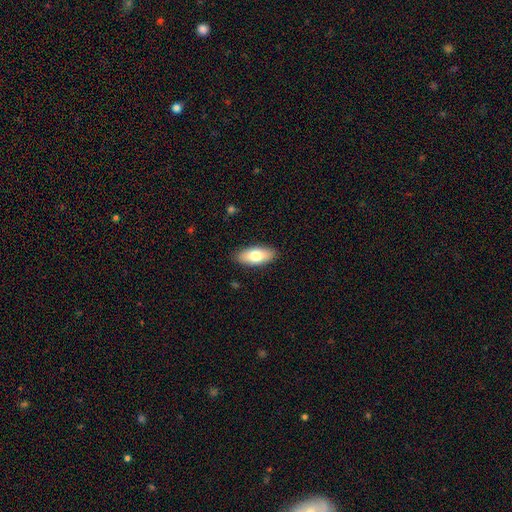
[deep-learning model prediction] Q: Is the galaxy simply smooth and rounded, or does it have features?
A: smooth — 76%.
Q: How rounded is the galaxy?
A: in between — 85%.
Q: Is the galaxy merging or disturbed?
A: none — 88%.